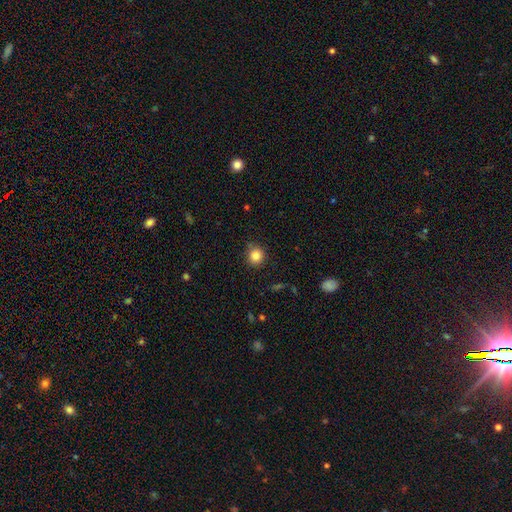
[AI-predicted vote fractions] A smooth galaxy with no disk features (84%) that is round (90%).

Vote fractions:
- Smooth or featured? smooth: 84% / star or artifact: 11% / featured or disk: 5%
- How rounded? round: 90% / in between: 9% / cigar-shaped: 1%
- Merging? none: 84% / minor disturbance: 11% / major disturbance: 3% / merger: 2%